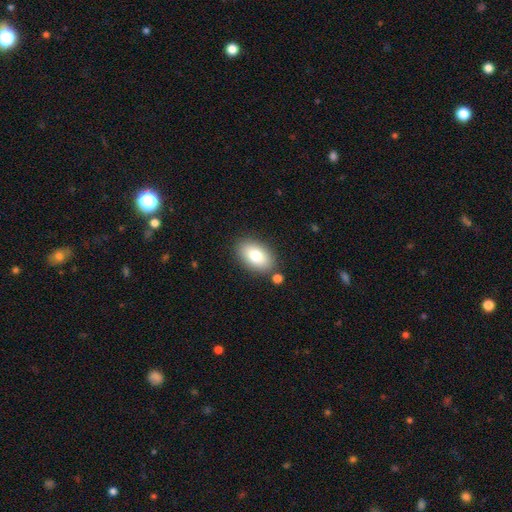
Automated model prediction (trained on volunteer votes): Smooth or featured: smooth — 80% (featured or disk — 13%)
How rounded: in between — 92% (round — 7%)
Merging: none — 83% (minor disturbance — 10%)